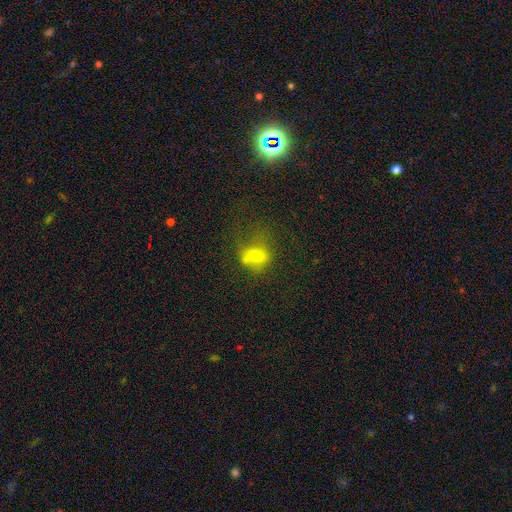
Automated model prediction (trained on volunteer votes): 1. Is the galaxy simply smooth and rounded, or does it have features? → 65% smooth, 19% featured or disk, 16% star or artifact.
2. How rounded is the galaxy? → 50% round, 47% in between, 2% cigar-shaped.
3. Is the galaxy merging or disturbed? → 44% none, 21% merger, 20% minor disturbance, 15% major disturbance.